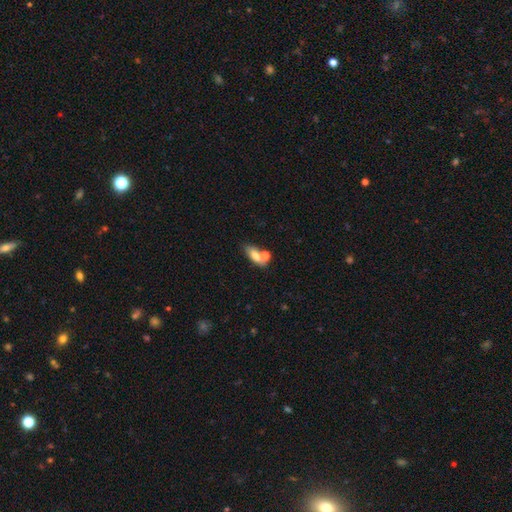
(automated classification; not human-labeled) Smooth or featured?
  - smooth: 72% *
  - featured or disk: 18%
  - star or artifact: 10%
How rounded?
  - in between: 76% *
  - cigar-shaped: 15%
  - round: 9%
Merging?
  - none: 47% *
  - merger: 34%
  - minor disturbance: 13%
  - major disturbance: 6%